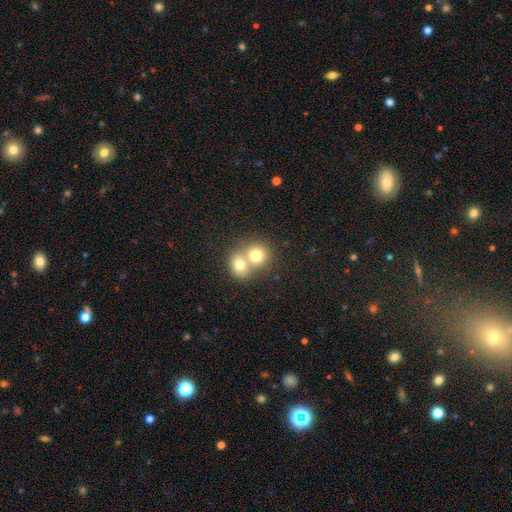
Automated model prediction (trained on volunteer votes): Overall: smooth (74%). How rounded: round (79%). Merging: merger (64%; none 29%).